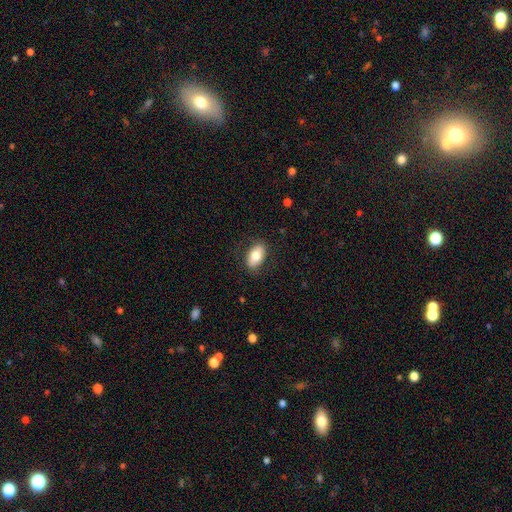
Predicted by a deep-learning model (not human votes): smooth-or-featured: smooth: 75% | featured or disk: 18% | star or artifact: 7%
  how-rounded: in between: 91% | round: 6% | cigar-shaped: 2%
  merging: none: 83% | minor disturbance: 12% | major disturbance: 4% | merger: 1%